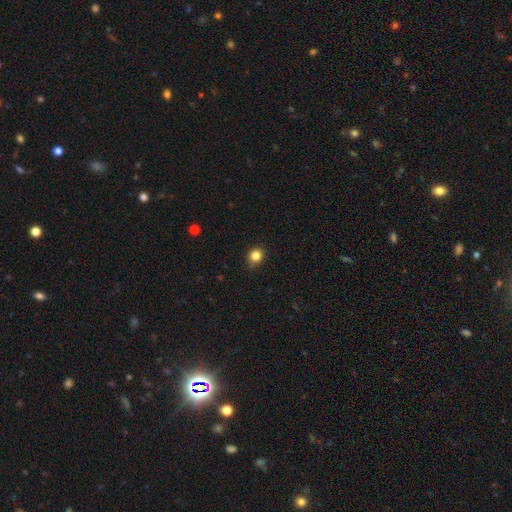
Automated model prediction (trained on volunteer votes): smooth-or-featured: smooth: 84% | star or artifact: 12% | featured or disk: 5%
  how-rounded: round: 79% | in between: 20% | cigar-shaped: 1%
  merging: none: 82% | minor disturbance: 15% | major disturbance: 2% | merger: 1%